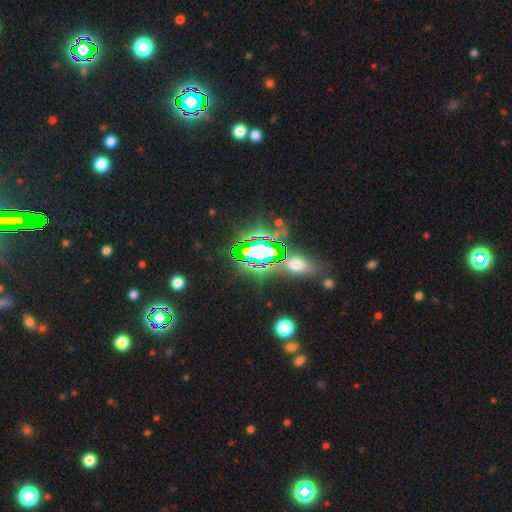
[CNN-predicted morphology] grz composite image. It shows a star or artifact, not a galaxy (75%).